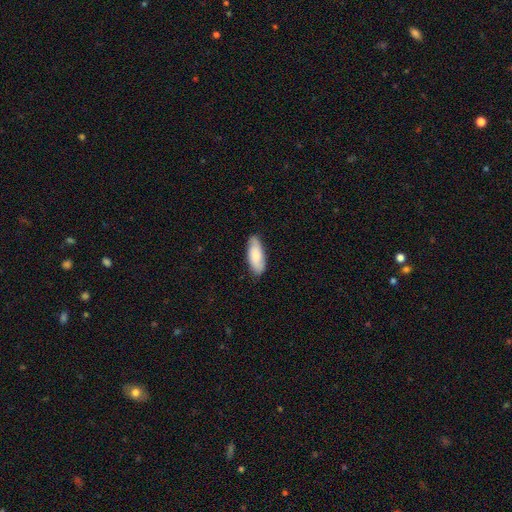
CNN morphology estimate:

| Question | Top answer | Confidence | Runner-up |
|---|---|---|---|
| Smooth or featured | smooth | 75% | featured or disk (19%) |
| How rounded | in between | 78% | cigar-shaped (20%) |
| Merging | none | 83% | minor disturbance (14%) |